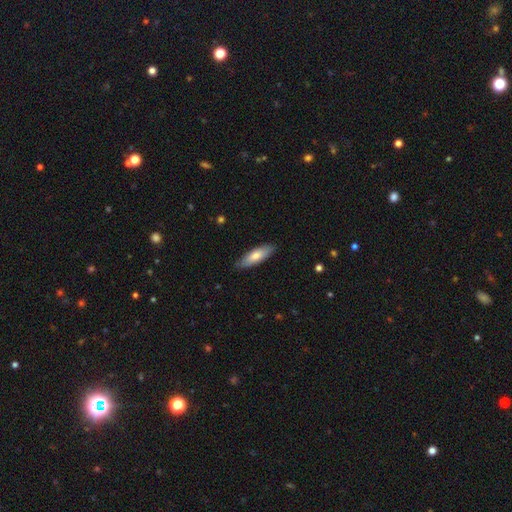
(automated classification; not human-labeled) Smooth or featured? Predicted: smooth (p=0.74). How rounded? Predicted: in between (p=0.51). Merging? Predicted: none (p=0.85).